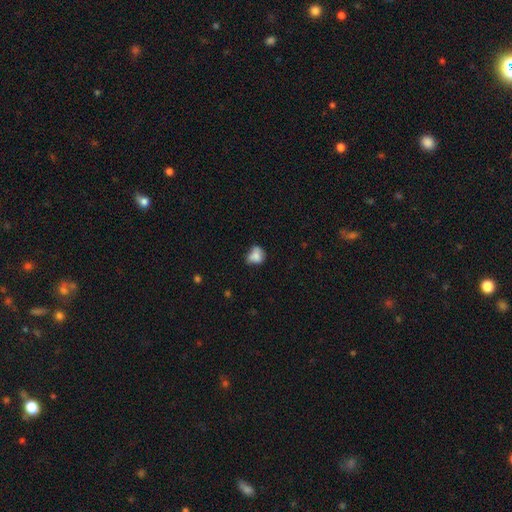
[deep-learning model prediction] This appears to be a smooth galaxy with no disk features (74%) that is round (55%). Merging: none (41%).